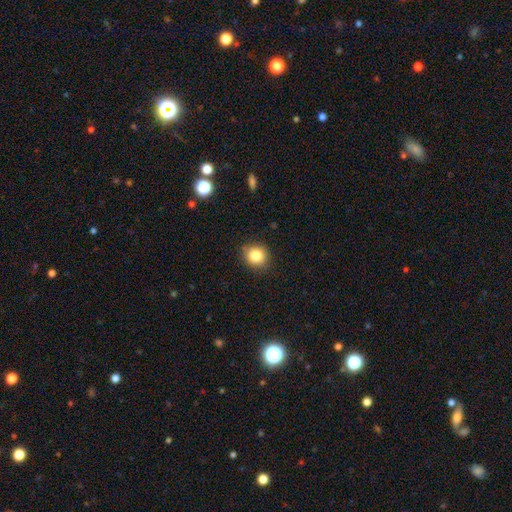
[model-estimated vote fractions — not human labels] smooth-or-featured: smooth: 83% | star or artifact: 10% | featured or disk: 6%
  how-rounded: round: 85% | in between: 14% | cigar-shaped: 1%
  merging: none: 87% | minor disturbance: 9% | major disturbance: 2% | merger: 1%